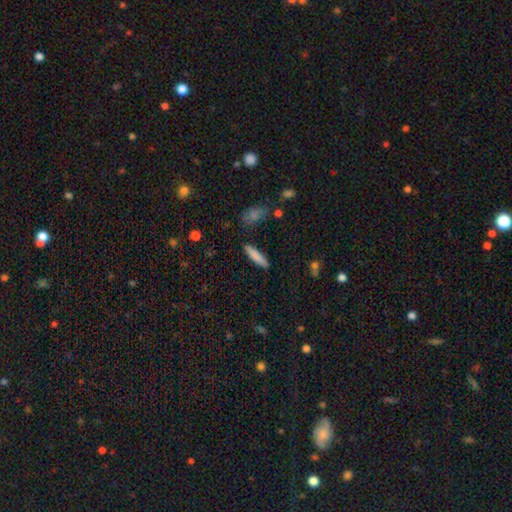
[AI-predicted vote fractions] A smooth galaxy with no disk features (81%) that is cigar-shaped (82%).

Vote fractions:
- Smooth or featured? smooth: 81% / featured or disk: 12% / star or artifact: 6%
- How rounded? cigar-shaped: 82% / in between: 16% / round: 2%
- Merging? none: 86% / minor disturbance: 9% / merger: 2% / major disturbance: 2%